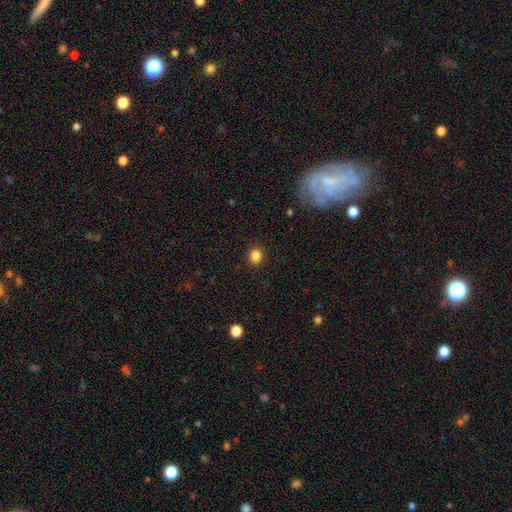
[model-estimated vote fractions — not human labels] Morphology: type=smooth (84%); roundness=round (77%); merging=none (90%).